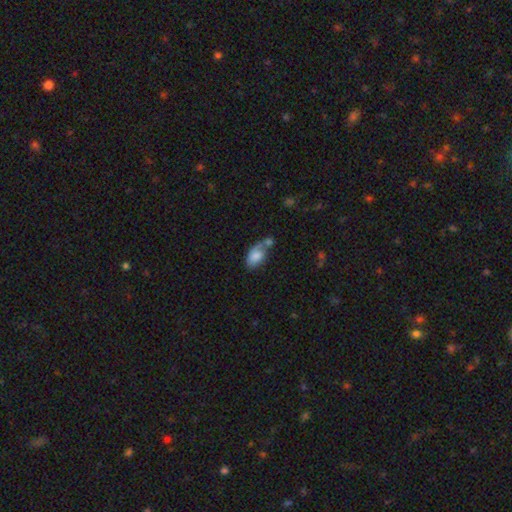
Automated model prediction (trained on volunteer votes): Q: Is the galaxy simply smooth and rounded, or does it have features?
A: smooth — 71%.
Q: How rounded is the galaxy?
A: in between — 91%.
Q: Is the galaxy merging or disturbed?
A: merger — 35%.